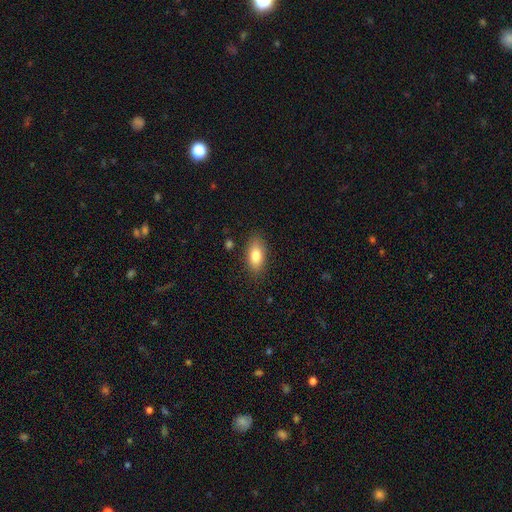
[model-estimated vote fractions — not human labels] Smooth or featured?
  - smooth: 82% *
  - featured or disk: 11%
  - star or artifact: 7%
How rounded?
  - in between: 88% *
  - cigar-shaped: 7%
  - round: 5%
Merging?
  - none: 84% *
  - minor disturbance: 11%
  - major disturbance: 3%
  - merger: 2%